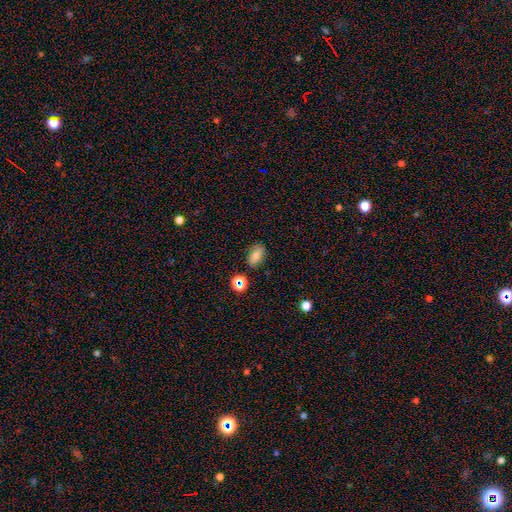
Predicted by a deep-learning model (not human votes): A smooth galaxy with no disk features (75%) that is in between round and cigar-shaped (87%).

Vote fractions:
- Smooth or featured? smooth: 75% / star or artifact: 14% / featured or disk: 11%
- How rounded? in between: 87% / round: 10% / cigar-shaped: 3%
- Merging? none: 80% / minor disturbance: 14% / major disturbance: 3% / merger: 3%